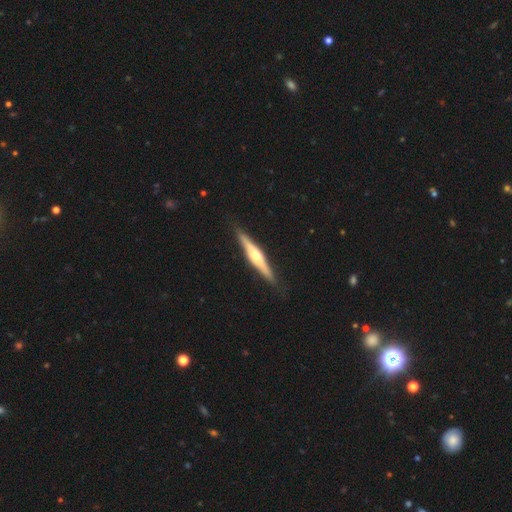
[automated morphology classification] A featured or disk galaxy (70%) viewed edge-on (97%) with a rounded central bulge (85%).

Vote fractions:
- Smooth or featured? featured or disk: 70% / smooth: 25% / star or artifact: 5%
- Edge-on disk? yes: 97% / no: 3%
- Edge-on bulge? rounded: 85% / boxy: 10% / none: 6%
- Merging? none: 89% / minor disturbance: 8% / major disturbance: 2% / merger: 1%